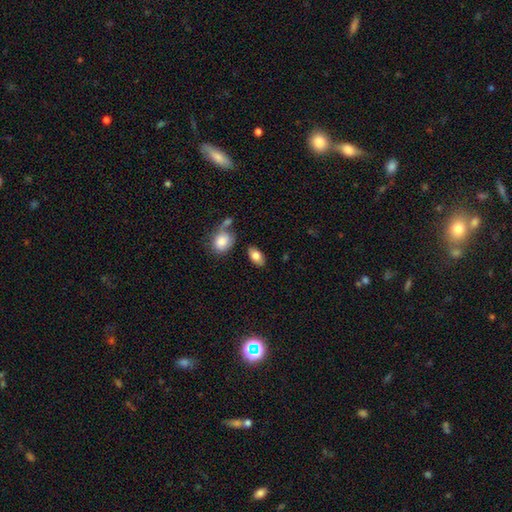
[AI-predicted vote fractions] smooth 80%, featured or disk 13%, star or artifact 7%. Down the decision tree: how rounded — in between (92%); merging — none (79%).